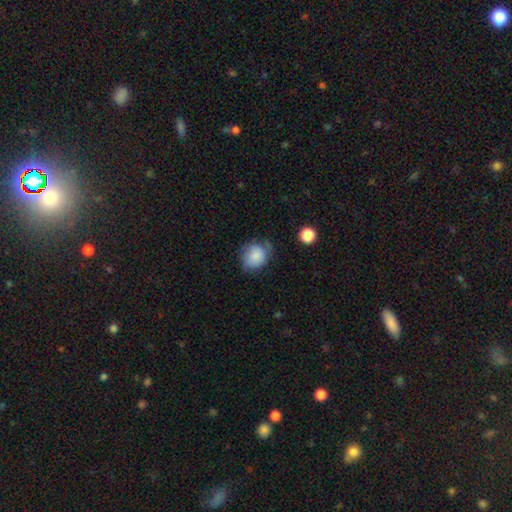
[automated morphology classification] Smooth or featured?
  - smooth: 83% *
  - featured or disk: 9%
  - star or artifact: 8%
How rounded?
  - round: 69% *
  - in between: 30%
  - cigar-shaped: 1%
Merging?
  - none: 56% *
  - minor disturbance: 31%
  - major disturbance: 10%
  - merger: 3%